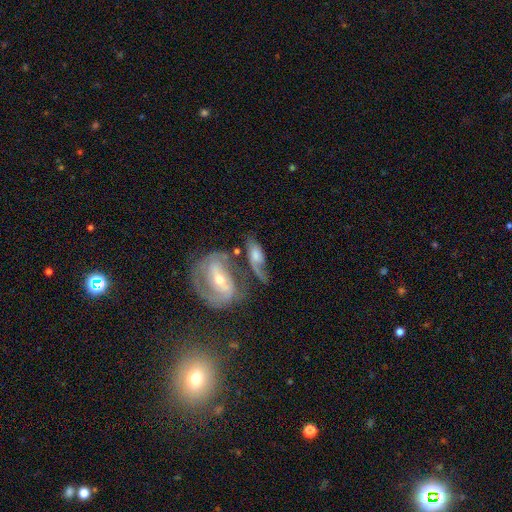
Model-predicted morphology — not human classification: This is likely a featured or disk galaxy (61%). It is clearly not viewed edge-on (90%). Bar: possibly no (51%). Spiral arm pattern: clearly yes (82%). Central bulge: possibly moderate (50%). Merging: marginally merger (35%).